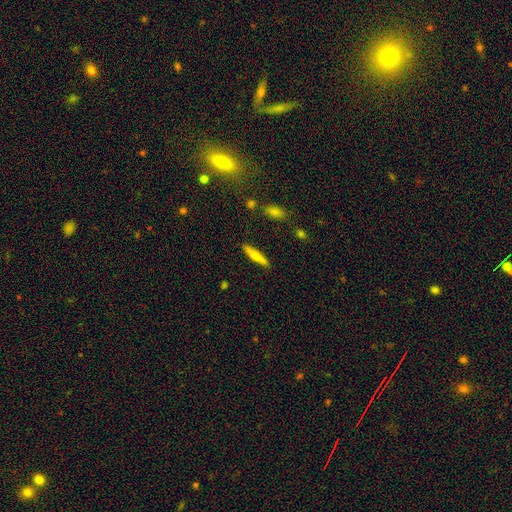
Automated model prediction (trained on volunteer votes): Overall: smooth (63%; featured or disk 31%). How rounded: cigar-shaped (86%). Merging: none (89%).